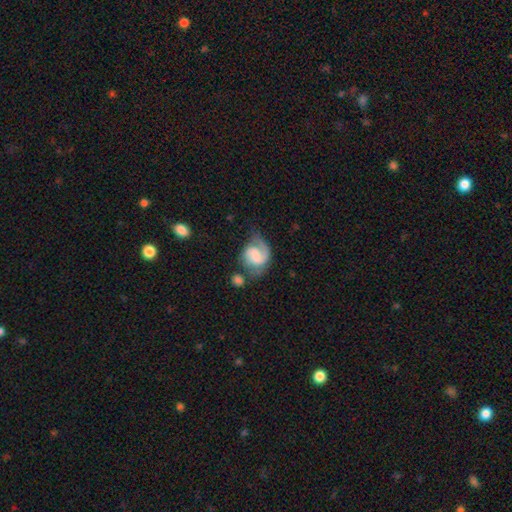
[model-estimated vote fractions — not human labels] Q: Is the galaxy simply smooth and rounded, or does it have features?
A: featured or disk — 71%.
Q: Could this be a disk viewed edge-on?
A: no — 98%.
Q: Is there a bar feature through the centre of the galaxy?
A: weak — 53%.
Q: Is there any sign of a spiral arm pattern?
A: yes — 93%.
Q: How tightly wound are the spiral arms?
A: medium — 48%.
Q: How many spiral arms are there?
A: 2 — 61%.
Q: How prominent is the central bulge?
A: small — 31%, tied with moderate.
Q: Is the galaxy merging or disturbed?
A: none — 46%.